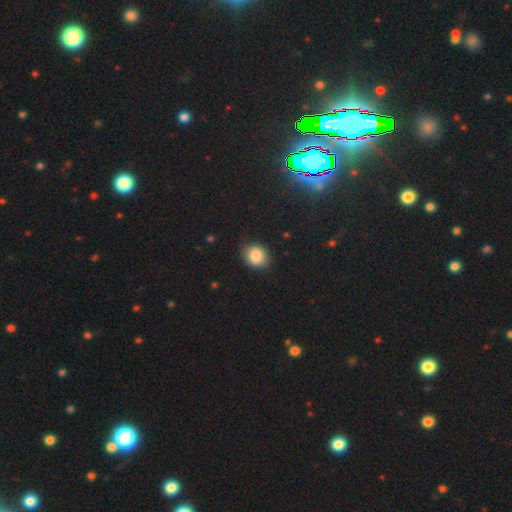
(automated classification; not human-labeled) This is clearly a smooth galaxy (84%). How rounded: likely round (64%). Merging: clearly none (84%).